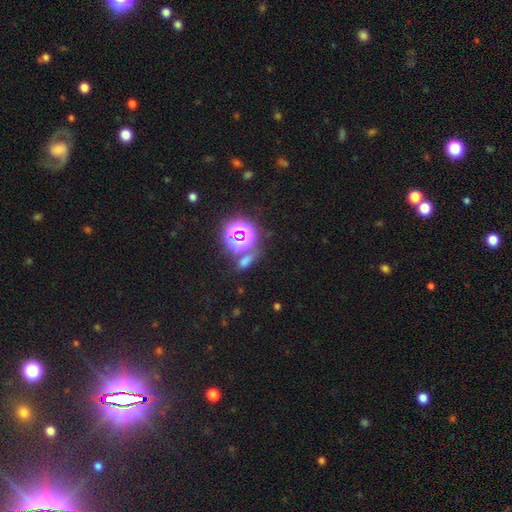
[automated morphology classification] Smooth or featured? star or artifact (83%)